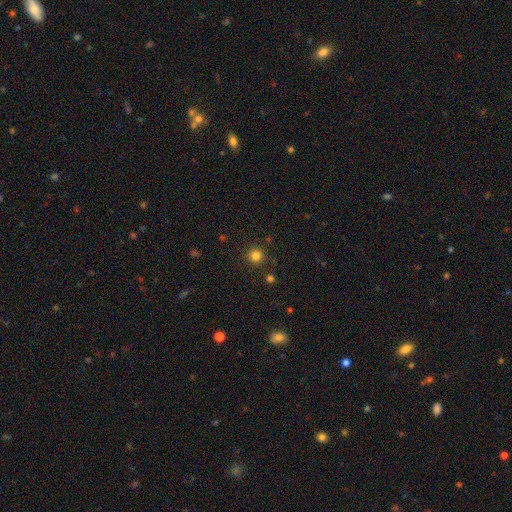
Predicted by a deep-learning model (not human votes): A smooth galaxy with no disk features (81%) that is round (95%). Merging: none (90%).